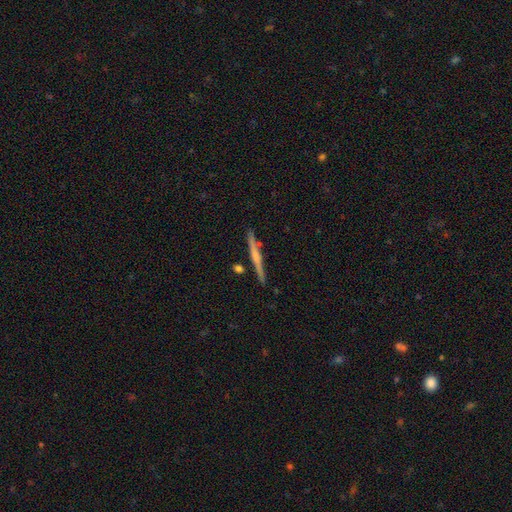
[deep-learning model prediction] A featured or disk galaxy (56%) viewed edge-on (98%) with no central bulge (50%).

Vote fractions:
- Smooth or featured? featured or disk: 56% / smooth: 38% / star or artifact: 6%
- Edge-on disk? yes: 98% / no: 2%
- Edge-on bulge? none: 50% / rounded: 35% / boxy: 15%
- Merging? none: 87% / minor disturbance: 8% / merger: 3% / major disturbance: 2%